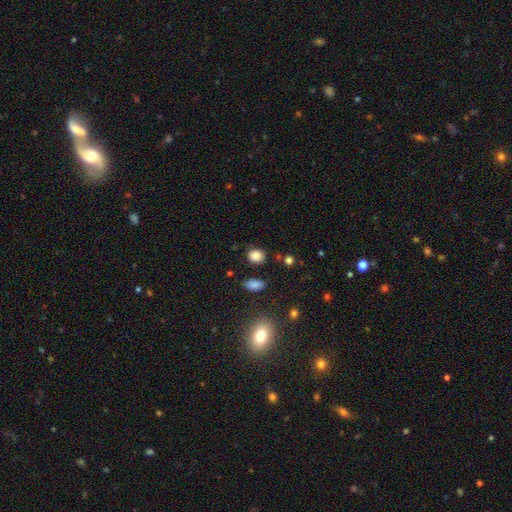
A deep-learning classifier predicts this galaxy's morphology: This appears to be a smooth galaxy with no disk features (86%) that is in between round and cigar-shaped (51%). Merging: none (81%).